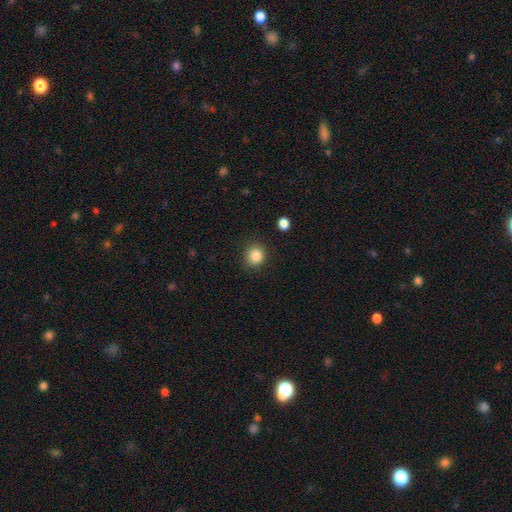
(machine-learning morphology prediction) Q: Smooth or featured?
A: smooth (85%); runner-up: star or artifact (10%)
Q: How rounded?
A: round (84%); runner-up: in between (15%)
Q: Merging?
A: none (86%); runner-up: minor disturbance (10%)